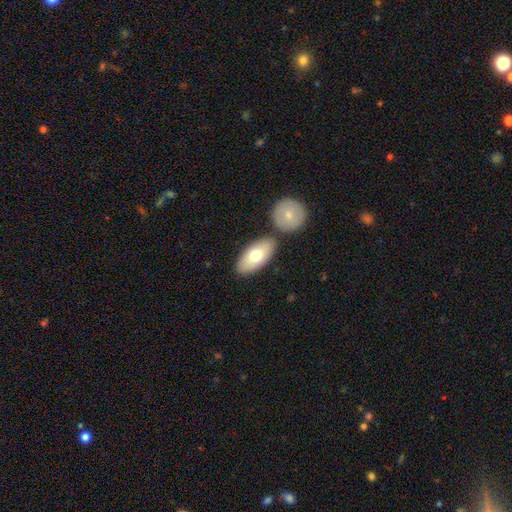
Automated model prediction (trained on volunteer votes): A smooth galaxy with no disk features (72%) that is in between round and cigar-shaped (90%).

Vote fractions:
- Smooth or featured? smooth: 72% / featured or disk: 23% / star or artifact: 5%
- How rounded? in between: 90% / cigar-shaped: 6% / round: 4%
- Merging? none: 71% / merger: 16% / minor disturbance: 11% / major disturbance: 3%